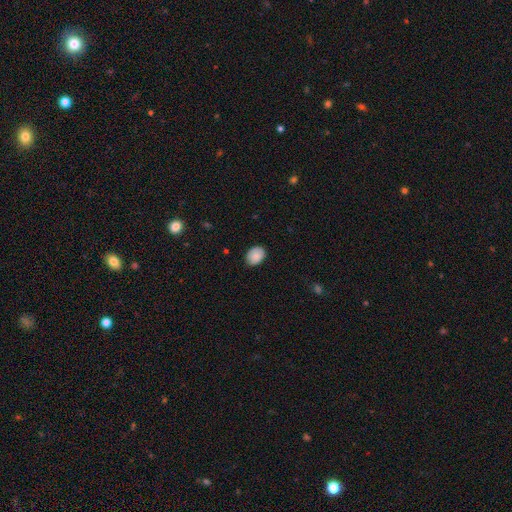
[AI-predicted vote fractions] The model was most divided on "how rounded": in between: 66%, round: 33%, cigar-shaped: 1%. More confident: smooth or featured — smooth (86%); merging — none (83%).